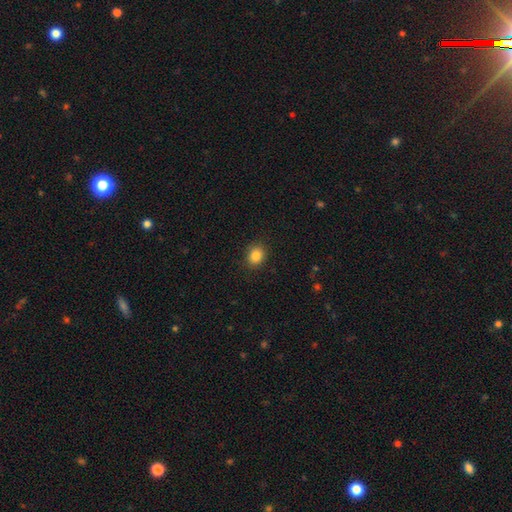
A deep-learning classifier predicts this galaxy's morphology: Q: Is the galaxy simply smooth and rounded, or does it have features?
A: smooth — 85%.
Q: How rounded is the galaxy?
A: round — 57%.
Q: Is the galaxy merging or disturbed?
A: none — 89%.